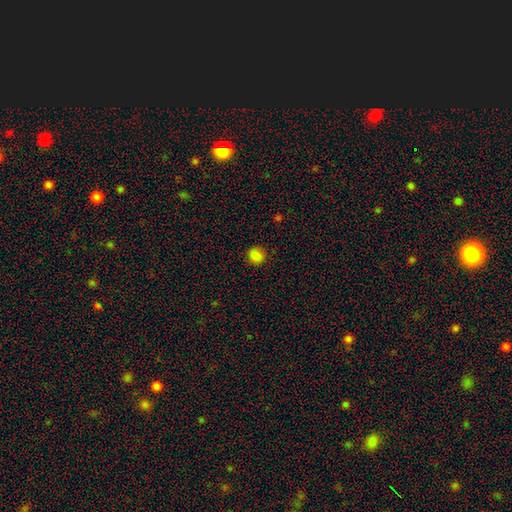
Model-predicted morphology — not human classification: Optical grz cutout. It shows a smooth galaxy with no disk features (85%) that is round (83%). Merging: none (88%).